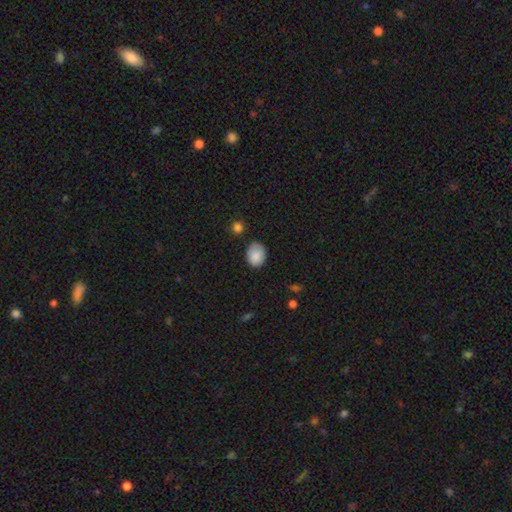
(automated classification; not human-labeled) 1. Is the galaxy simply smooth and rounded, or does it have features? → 87% smooth, 8% star or artifact, 5% featured or disk.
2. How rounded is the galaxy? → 58% in between, 41% round, 1% cigar-shaped.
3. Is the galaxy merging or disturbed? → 69% none, 23% minor disturbance, 4% major disturbance, 3% merger.